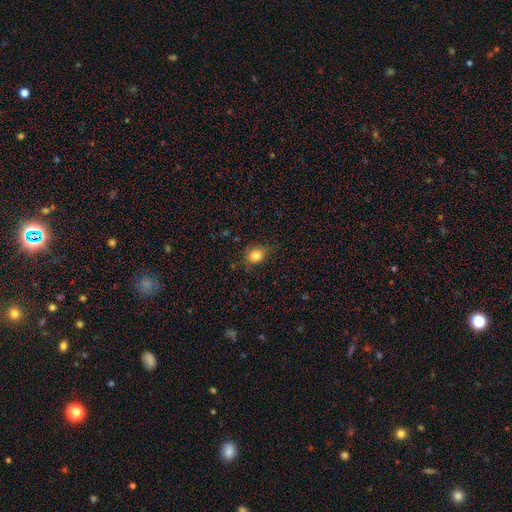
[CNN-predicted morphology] smooth_or_featured: smooth (p=0.82) [alt: star or artifact p=0.11]
how_rounded: round (p=0.66) [alt: in between p=0.33]
merging: none (p=0.73) [alt: minor disturbance p=0.21]